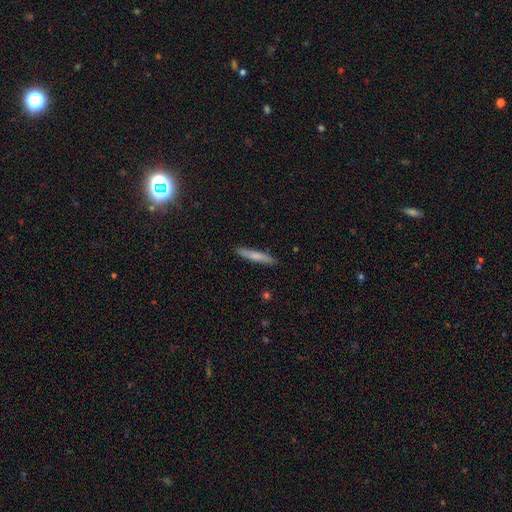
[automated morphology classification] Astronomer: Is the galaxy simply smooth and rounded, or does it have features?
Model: smooth — 68%.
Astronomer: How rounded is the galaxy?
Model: cigar-shaped — 93%.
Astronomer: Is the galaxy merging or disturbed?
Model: none — 90%.